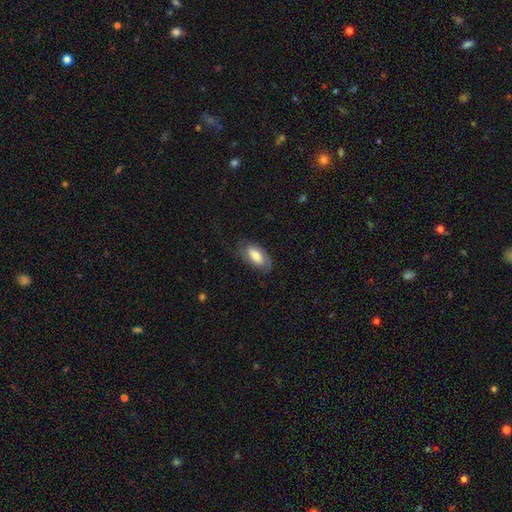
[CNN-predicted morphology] smooth_or_featured: smooth (p=0.63) [alt: featured or disk p=0.31]
how_rounded: in between (p=0.88) [alt: cigar-shaped p=0.09]
merging: none (p=0.68) [alt: minor disturbance p=0.22]